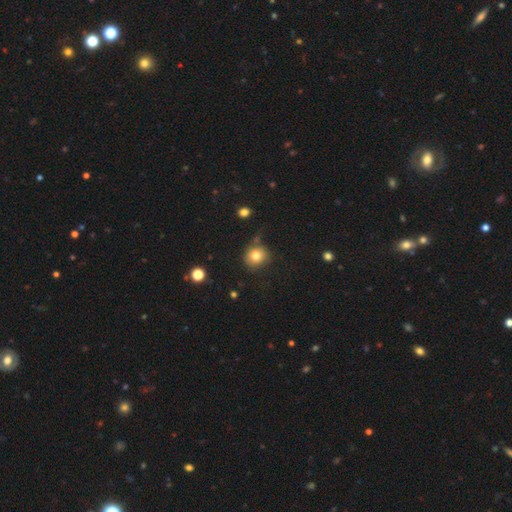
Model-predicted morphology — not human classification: The model was most divided on "merging": none: 77%, minor disturbance: 13%, merger: 5%, major disturbance: 4%. More confident: how rounded — round (83%); smooth or featured — smooth (79%).